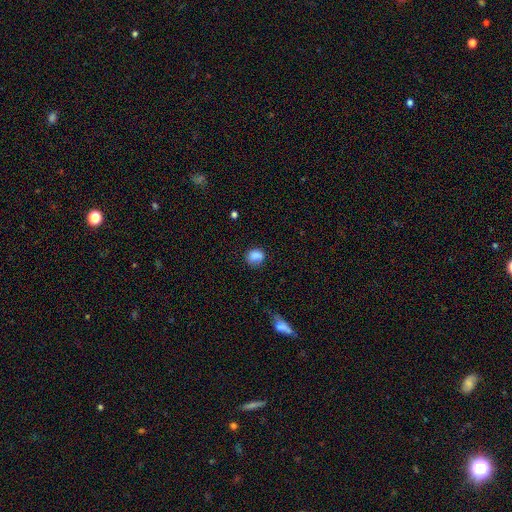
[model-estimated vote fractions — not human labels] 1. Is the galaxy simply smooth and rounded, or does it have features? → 84% smooth, 10% star or artifact, 6% featured or disk.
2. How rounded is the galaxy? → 64% round, 35% in between, 1% cigar-shaped.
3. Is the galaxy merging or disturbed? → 66% none, 24% minor disturbance, 7% major disturbance, 3% merger.